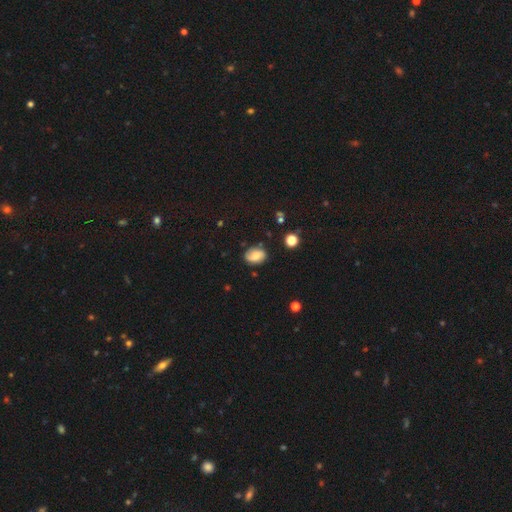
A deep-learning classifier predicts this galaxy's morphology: The model was most divided on "smooth or featured": smooth: 55%, featured or disk: 35%, star or artifact: 11%. More confident: merging — none (75%); how rounded — in between (72%).